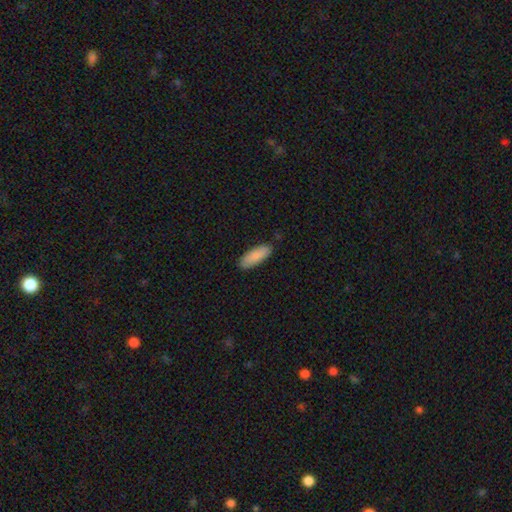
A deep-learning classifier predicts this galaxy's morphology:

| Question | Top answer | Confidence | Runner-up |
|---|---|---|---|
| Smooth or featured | smooth | 89% | featured or disk (6%) |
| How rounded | in between | 68% | cigar-shaped (31%) |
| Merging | none | 86% | minor disturbance (10%) |